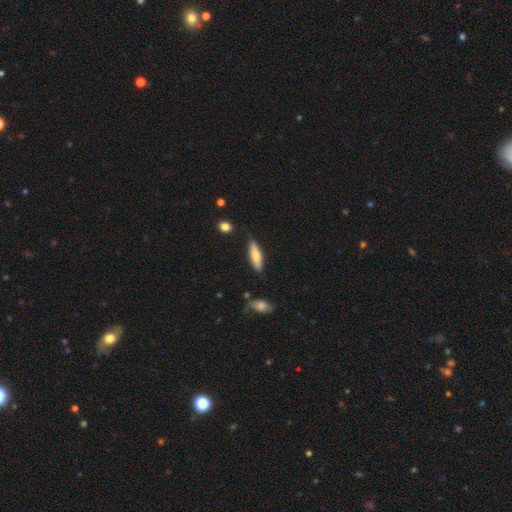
This appears to be a smooth galaxy with no disk features (66%) that is cigar-shaped (56%). Merging: none (74%).